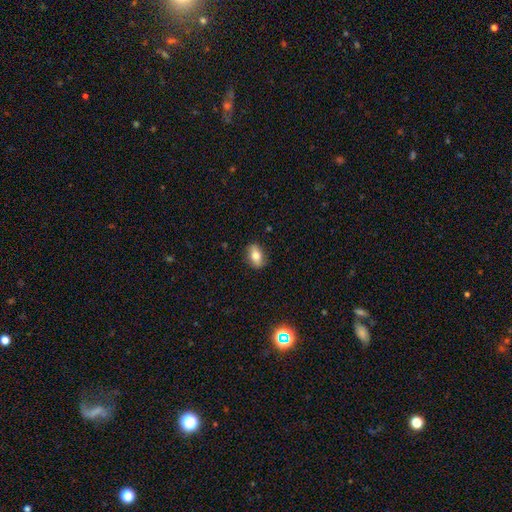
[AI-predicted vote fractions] The model was most divided on "smooth or featured": smooth: 74%, featured or disk: 18%, star or artifact: 8%. More confident: how rounded — in between (84%); merging — none (84%).